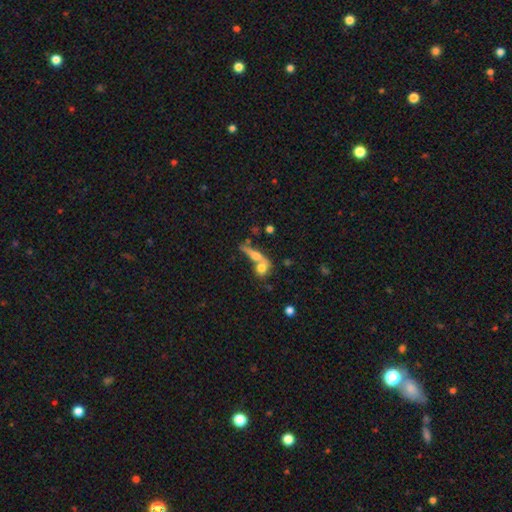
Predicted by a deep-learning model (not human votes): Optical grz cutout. It shows a smooth galaxy with no disk features (46%). Merging: merger (43%).